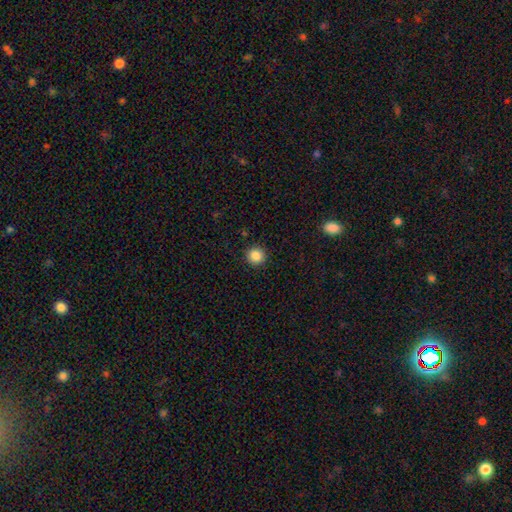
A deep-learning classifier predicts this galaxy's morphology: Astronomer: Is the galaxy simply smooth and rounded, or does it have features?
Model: smooth — 87%.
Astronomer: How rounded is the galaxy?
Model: round — 94%.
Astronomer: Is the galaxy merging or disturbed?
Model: none — 92%.